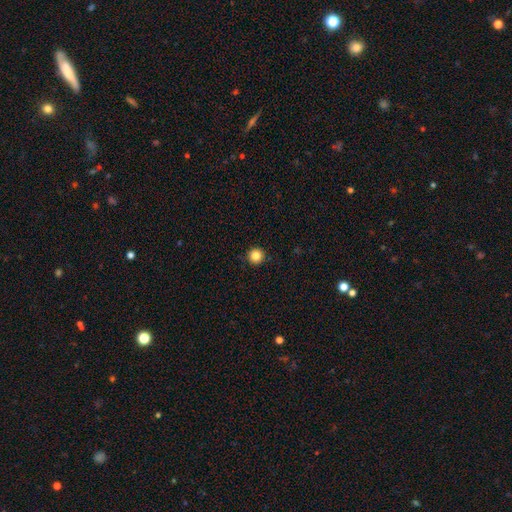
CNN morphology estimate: smooth 84%, star or artifact 11%, featured or disk 5%. Down the decision tree: how rounded — round (96%); merging — none (93%).